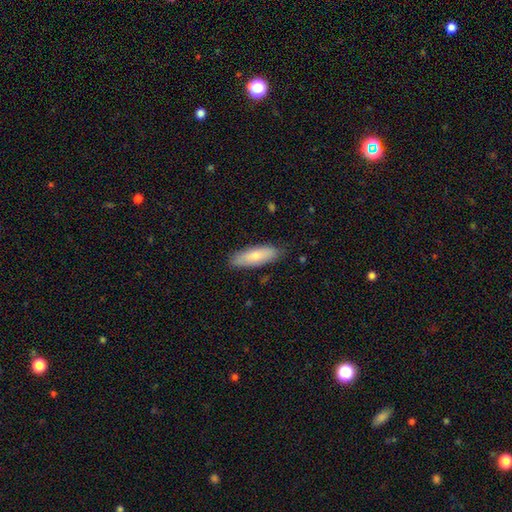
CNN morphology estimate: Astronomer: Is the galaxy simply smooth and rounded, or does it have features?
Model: smooth — 76%.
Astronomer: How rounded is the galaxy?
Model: in between — 55% (runner-up: cigar-shaped, 44%).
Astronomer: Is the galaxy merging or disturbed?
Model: none — 83%.